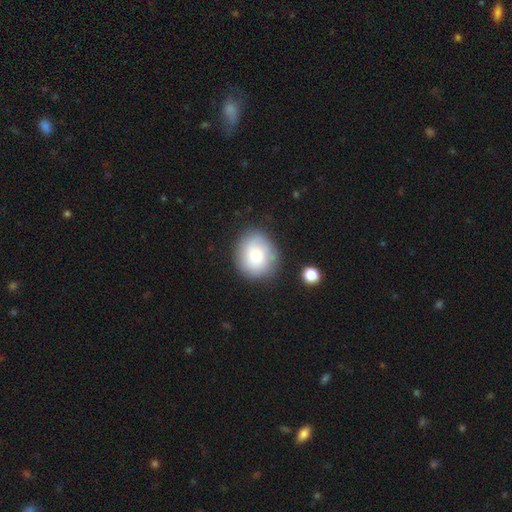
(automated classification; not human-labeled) Q: Smooth or featured?
A: smooth (74%); runner-up: featured or disk (18%)
Q: How rounded?
A: round (71%); runner-up: in between (28%)
Q: Merging?
A: none (76%); runner-up: minor disturbance (15%)